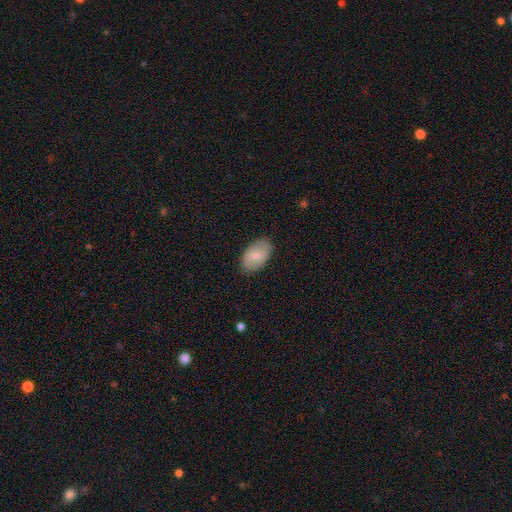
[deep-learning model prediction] Smooth or featured? Predicted: smooth (p=0.74). How rounded? Predicted: in between (p=0.93). Merging? Predicted: none (p=0.85).